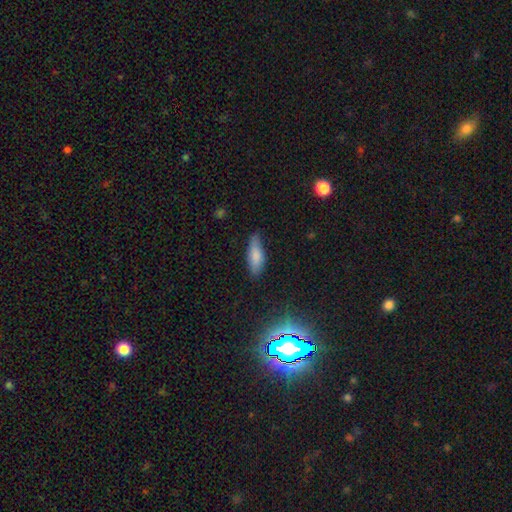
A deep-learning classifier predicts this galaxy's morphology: The model was most divided on "how rounded": in between: 66%, cigar-shaped: 32%, round: 2%. More confident: smooth or featured — smooth (79%); merging — none (72%).